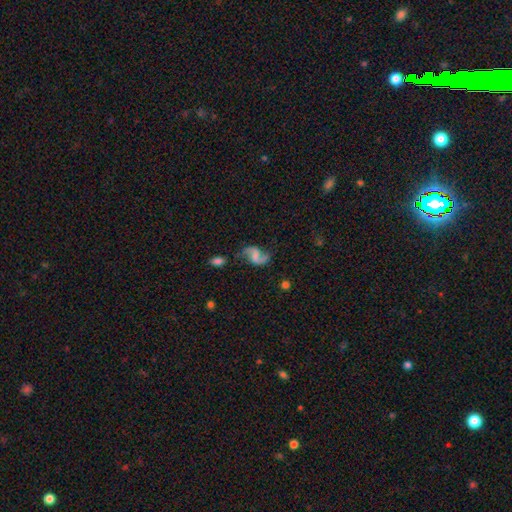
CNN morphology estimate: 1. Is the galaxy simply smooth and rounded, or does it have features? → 83% featured or disk, 10% smooth, 7% star or artifact.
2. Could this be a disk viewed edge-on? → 98% no, 2% yes.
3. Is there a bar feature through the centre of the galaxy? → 44% weak, 36% no, 21% strong.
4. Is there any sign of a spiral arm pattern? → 95% yes, 5% no.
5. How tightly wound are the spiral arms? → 75% loose, 21% medium, 4% tight.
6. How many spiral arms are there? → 92% 2, 3% 1, 2% can't tell, 1% 3, 1% 4, 1% more than 4.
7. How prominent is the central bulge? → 65% none, 19% small, 11% moderate, 4% large, 1% dominant.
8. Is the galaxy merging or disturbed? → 67% none, 17% minor disturbance, 11% major disturbance, 5% merger.